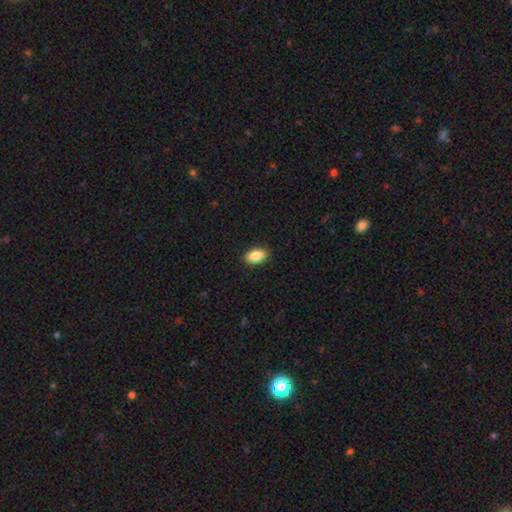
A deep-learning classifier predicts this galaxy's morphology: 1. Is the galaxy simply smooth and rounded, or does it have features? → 87% smooth, 7% star or artifact, 6% featured or disk.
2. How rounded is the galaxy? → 91% in between, 7% round, 2% cigar-shaped.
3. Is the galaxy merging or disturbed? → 90% none, 8% minor disturbance, 2% major disturbance, 1% merger.